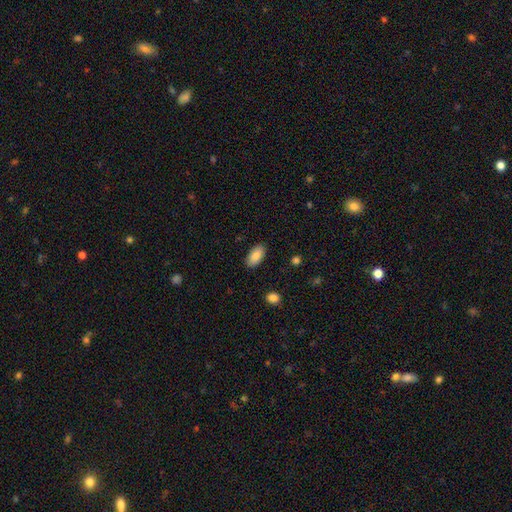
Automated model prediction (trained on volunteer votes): smooth 84%, featured or disk 9%, star or artifact 7%. Down the decision tree: how rounded — in between (93%); merging — none (88%).